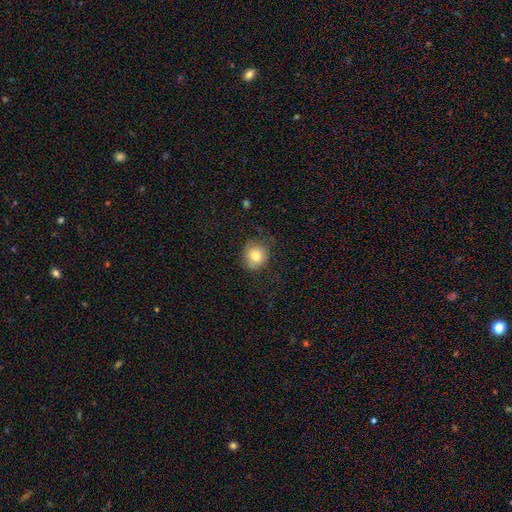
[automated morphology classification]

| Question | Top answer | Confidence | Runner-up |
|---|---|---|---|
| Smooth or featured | smooth | 77% | featured or disk (12%) |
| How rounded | round | 81% | in between (18%) |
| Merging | none | 71% | minor disturbance (20%) |